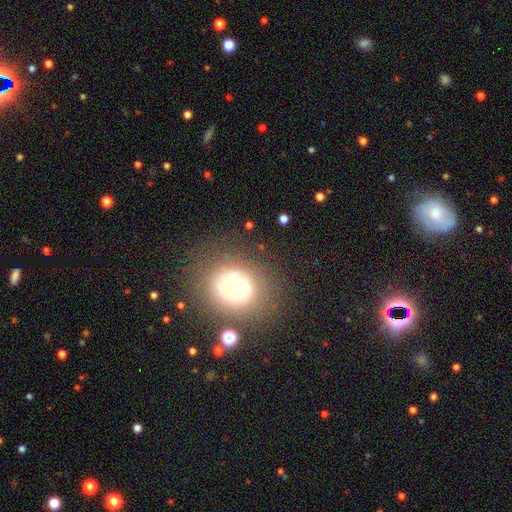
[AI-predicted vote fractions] Smooth or featured: smooth — 41% (featured or disk — 37%)
Merging: none — 80% (minor disturbance — 11%)